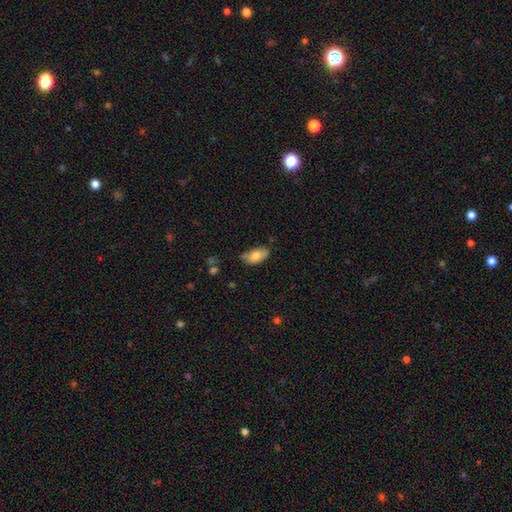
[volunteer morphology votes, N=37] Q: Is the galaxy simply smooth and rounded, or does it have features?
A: smooth — 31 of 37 (84%).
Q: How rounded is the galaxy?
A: in between — 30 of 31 (97%).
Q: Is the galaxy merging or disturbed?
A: none — 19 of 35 (54%).